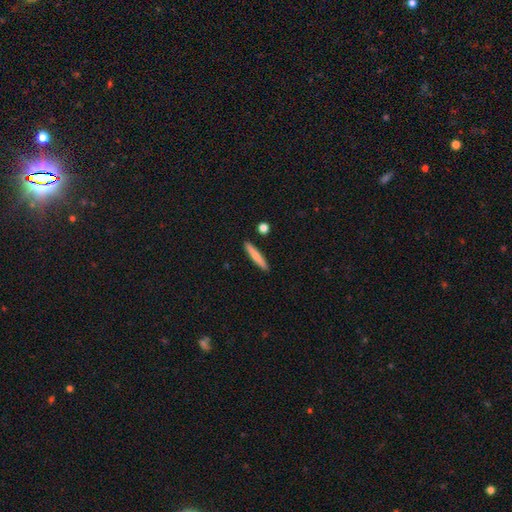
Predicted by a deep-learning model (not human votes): Q: Smooth or featured?
A: smooth (73%); runner-up: featured or disk (21%)
Q: How rounded?
A: cigar-shaped (93%); runner-up: in between (5%)
Q: Merging?
A: none (90%); runner-up: minor disturbance (6%)